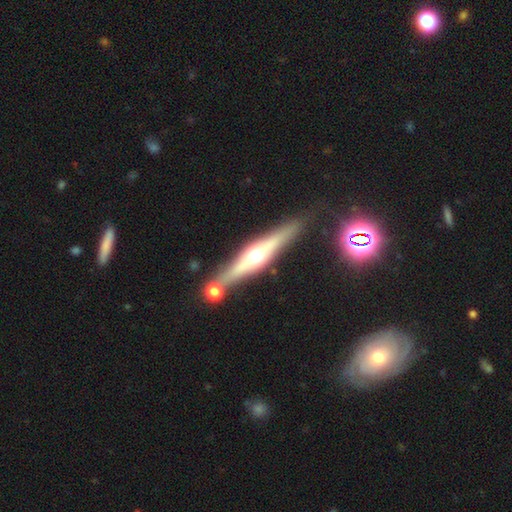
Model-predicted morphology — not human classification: smooth_or_featured: featured or disk (p=0.72) [alt: smooth p=0.20]
disk_edge_on: yes (p=0.96) [alt: no p=0.04]
edge_on_bulge: rounded (p=0.90) [alt: boxy p=0.07]
merging: none (p=0.80) [alt: minor disturbance p=0.10]